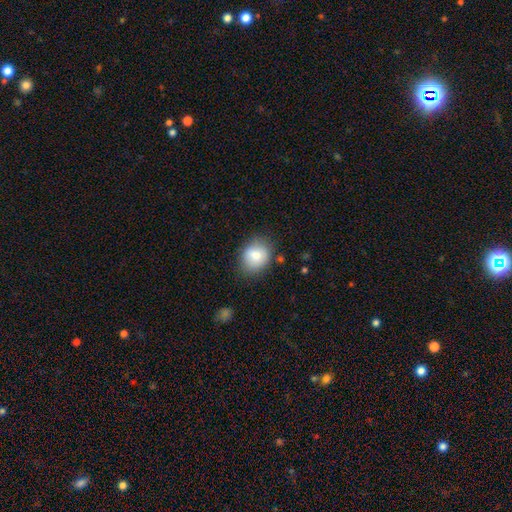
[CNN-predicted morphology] Smooth or featured? smooth (81%)
How rounded? round (55%)
Merging? none (76%)